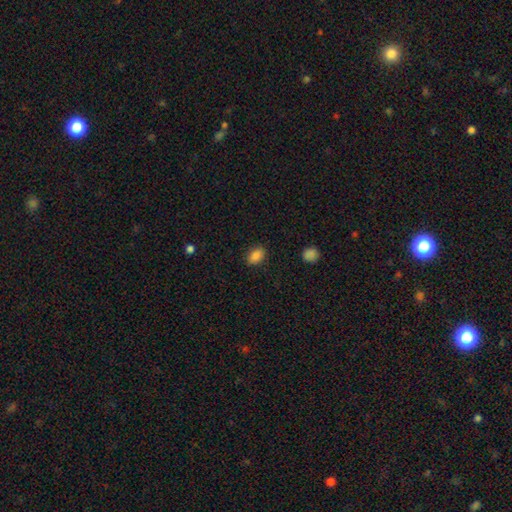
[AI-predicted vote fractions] This is clearly a smooth galaxy (87%). How rounded: clearly in between (85%). Merging: clearly none (87%).